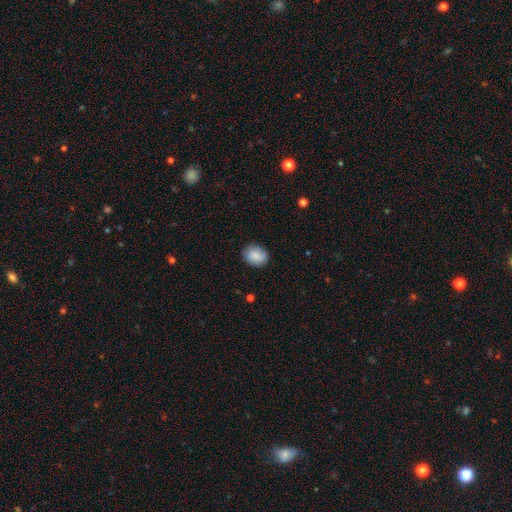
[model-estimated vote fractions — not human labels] smooth_or_featured: smooth (p=0.89) [alt: star or artifact p=0.07]
how_rounded: in between (p=0.55) [alt: round p=0.44]
merging: none (p=0.84) [alt: minor disturbance p=0.12]